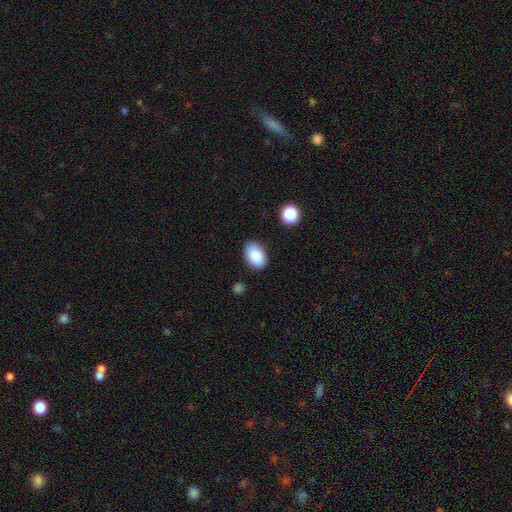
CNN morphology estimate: Overall: smooth (86%). How rounded: in between (88%). Merging: none (85%).